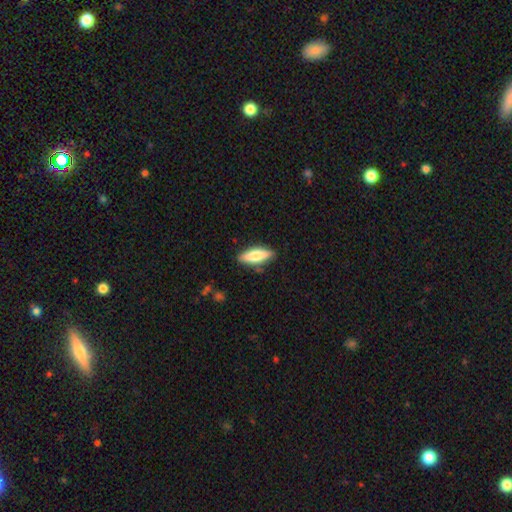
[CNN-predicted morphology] Overall: smooth (66%; featured or disk 28%). How rounded: in between (49%, tied with cigar-shaped). Merging: none (85%).